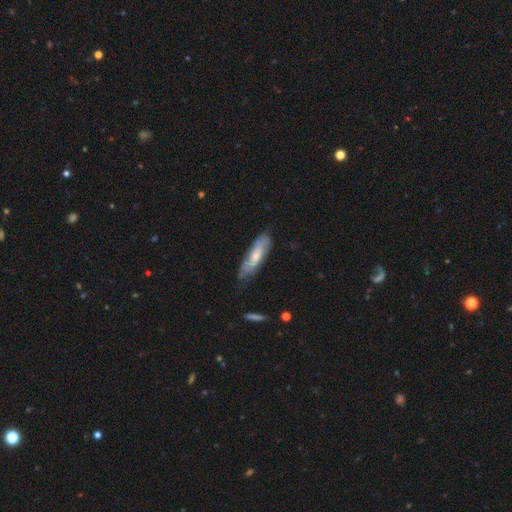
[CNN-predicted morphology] type=smooth (54%); roundness=cigar-shaped (60%); merging=none (64%).